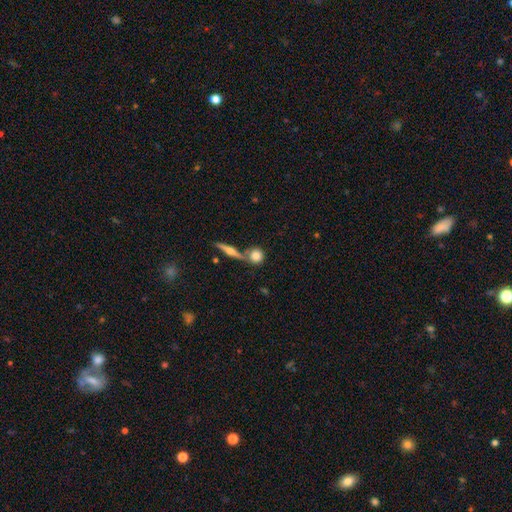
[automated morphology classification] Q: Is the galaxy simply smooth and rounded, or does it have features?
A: smooth — 73%.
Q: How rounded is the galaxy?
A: round — 86%.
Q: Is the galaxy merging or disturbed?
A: none — 62%.